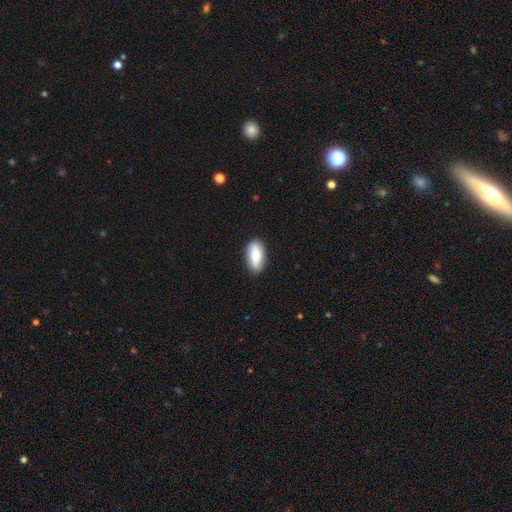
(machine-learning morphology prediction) smooth-or-featured: smooth: 71% | featured or disk: 23% | star or artifact: 6%
  how-rounded: in between: 89% | cigar-shaped: 7% | round: 4%
  merging: none: 86% | minor disturbance: 11% | major disturbance: 2% | merger: 1%